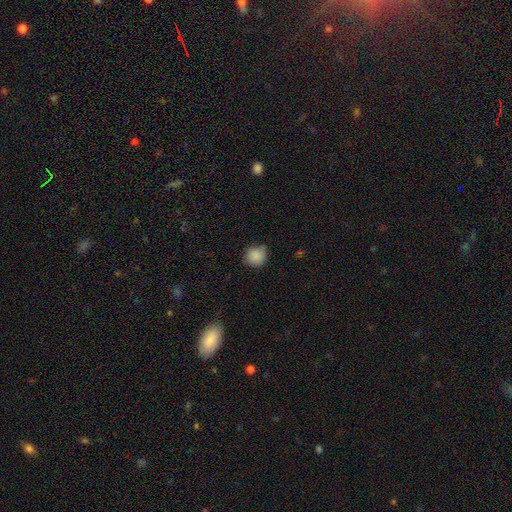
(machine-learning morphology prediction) This appears to be a smooth galaxy with no disk features (87%) that is round (88%). Merging: none (77%).